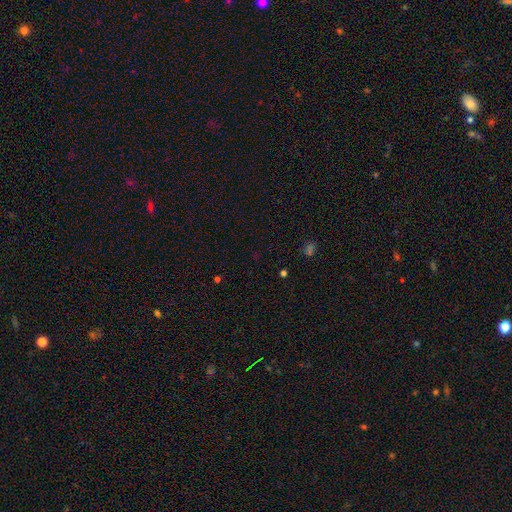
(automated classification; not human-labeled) A star or artifact, not a galaxy (63%).